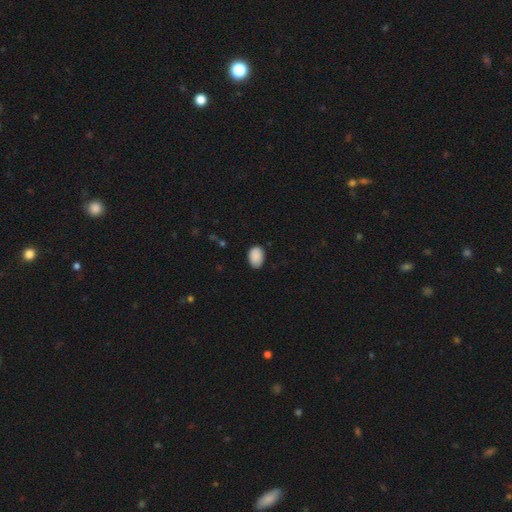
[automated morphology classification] A smooth galaxy with no disk features (90%) that is in between round and cigar-shaped (87%). Merging: none (80%).